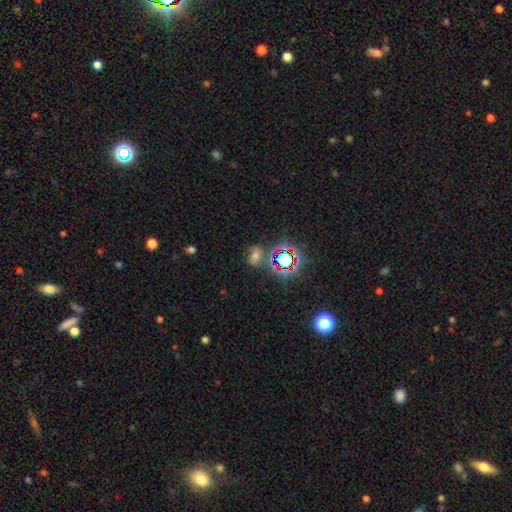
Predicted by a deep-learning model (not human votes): Smooth or featured? Predicted: smooth (p=0.42). Merging? Predicted: none (p=0.64).